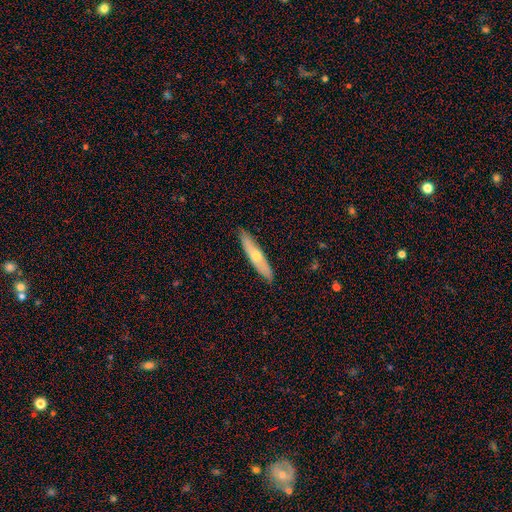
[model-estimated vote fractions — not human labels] Smooth or featured? smooth (49%)
Merging? none (89%)